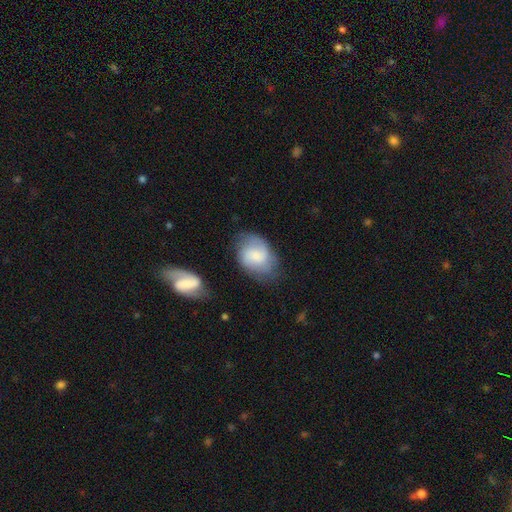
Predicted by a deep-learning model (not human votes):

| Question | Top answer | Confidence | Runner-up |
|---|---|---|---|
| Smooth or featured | smooth | 54% | featured or disk (38%) |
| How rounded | in between | 74% | round (25%) |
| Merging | none | 59% | minor disturbance (26%) |